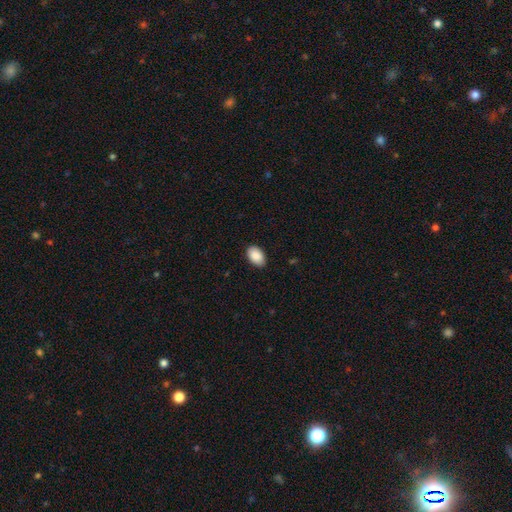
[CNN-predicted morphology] Overall: smooth (90%). How rounded: in between (93%). Merging: none (86%).